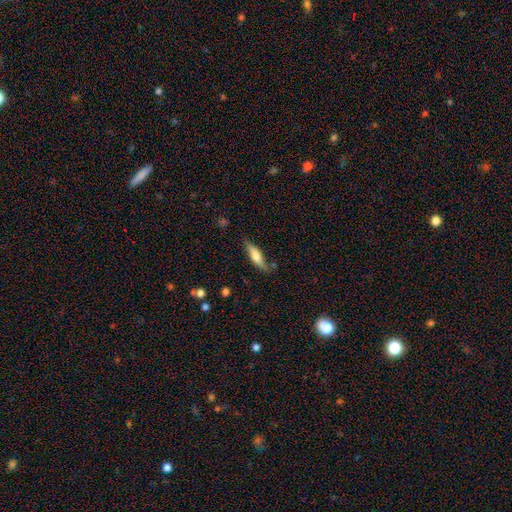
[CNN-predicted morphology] This is likely a smooth galaxy (64%). How rounded: likely cigar-shaped (65%). Merging: likely none (73%).